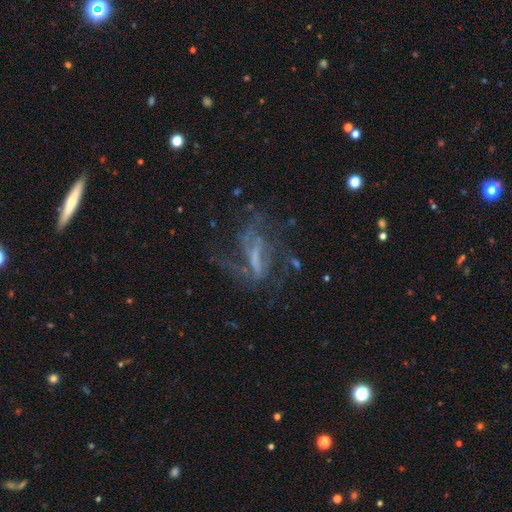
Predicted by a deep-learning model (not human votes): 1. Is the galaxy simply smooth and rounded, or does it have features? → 70% featured or disk, 15% star or artifact, 14% smooth.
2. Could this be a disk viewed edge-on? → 87% no, 13% yes.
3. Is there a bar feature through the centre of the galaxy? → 42% strong, 33% weak, 26% no.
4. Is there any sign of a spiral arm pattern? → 69% yes, 31% no.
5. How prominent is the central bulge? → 47% none, 30% small, 19% moderate, 4% large, 1% dominant.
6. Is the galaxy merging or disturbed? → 45% none, 34% major disturbance, 17% minor disturbance, 4% merger.